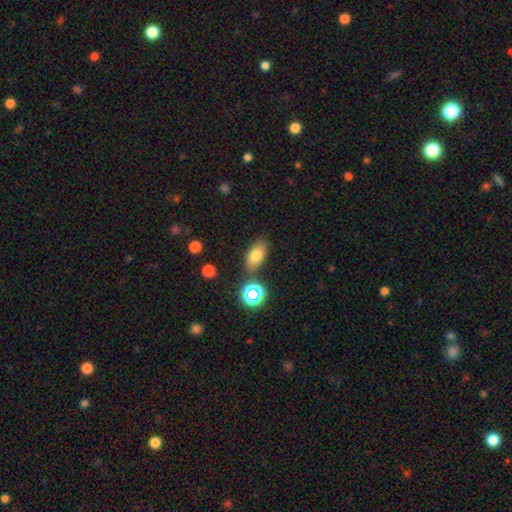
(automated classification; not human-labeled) Smooth or featured: smooth — 74% (star or artifact — 14%)
How rounded: in between — 85% (round — 10%)
Merging: none — 78% (minor disturbance — 12%)